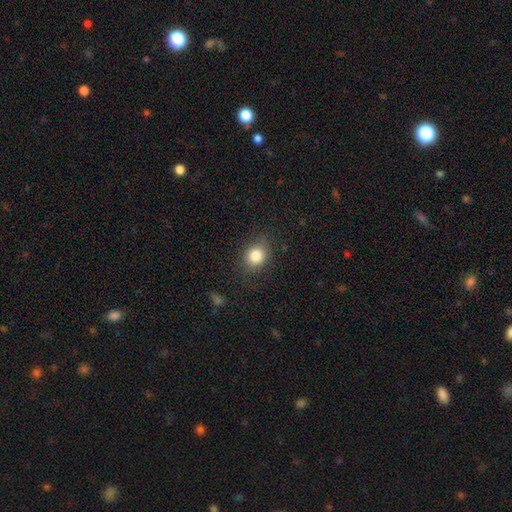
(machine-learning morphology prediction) smooth-or-featured: smooth: 83% | star or artifact: 10% | featured or disk: 6%
  how-rounded: round: 70% | in between: 29% | cigar-shaped: 1%
  merging: none: 83% | minor disturbance: 12% | major disturbance: 4% | merger: 1%